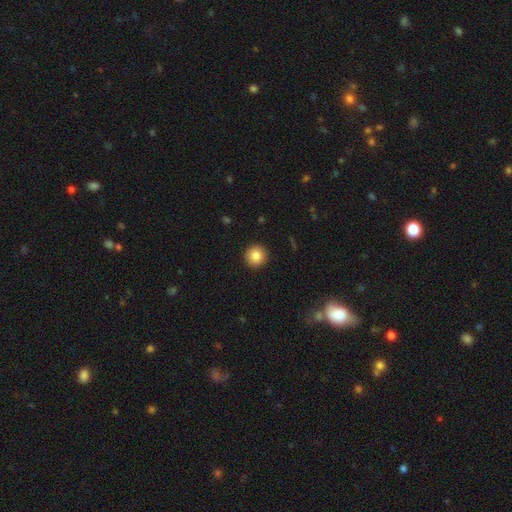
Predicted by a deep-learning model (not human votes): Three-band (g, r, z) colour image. It shows a smooth galaxy with no disk features (86%) that is round (95%). Merging: none (93%).